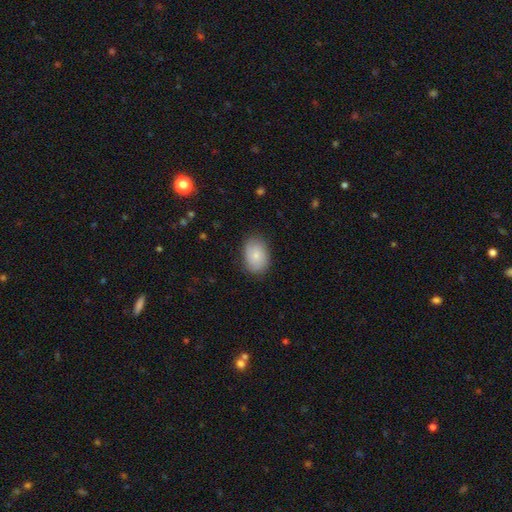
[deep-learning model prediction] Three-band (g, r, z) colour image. It shows a smooth galaxy with no disk features (80%) that is in between round and cigar-shaped (80%). Merging: none (81%).